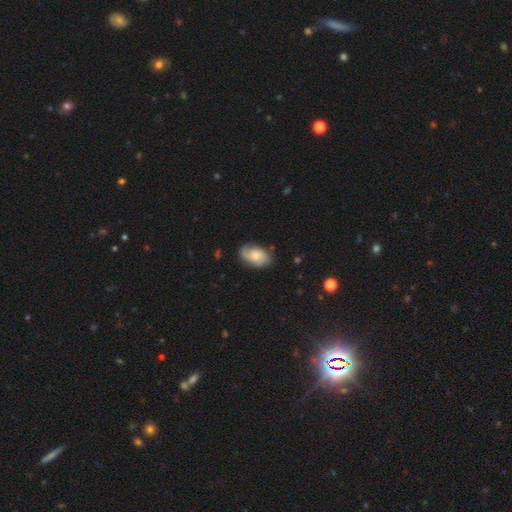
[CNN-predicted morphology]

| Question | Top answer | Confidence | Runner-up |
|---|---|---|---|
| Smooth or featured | featured or disk | 53% | smooth (40%) |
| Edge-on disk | no | 95% | yes (5%) |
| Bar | no | 72% | weak (25%) |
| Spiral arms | yes | 88% | no (12%) |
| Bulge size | moderate | 47% | small (41%) |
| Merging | none | 71% | minor disturbance (21%) |